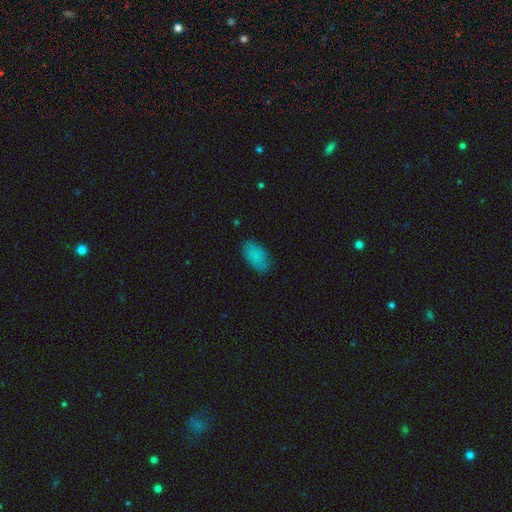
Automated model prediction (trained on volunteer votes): This appears to be a smooth galaxy with no disk features (83%) that is in between round and cigar-shaped (93%). Merging: none (80%).